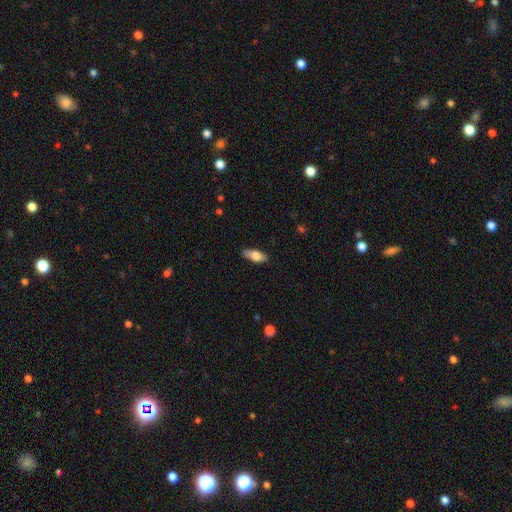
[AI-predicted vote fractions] Q: Smooth or featured?
A: smooth (71%); runner-up: featured or disk (22%)
Q: How rounded?
A: in between (81%); runner-up: cigar-shaped (17%)
Q: Merging?
A: none (84%); runner-up: minor disturbance (13%)